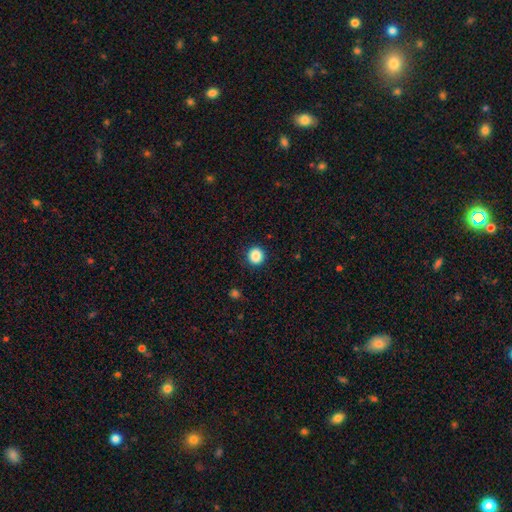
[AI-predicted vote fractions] smooth_or_featured: smooth (p=0.87) [alt: star or artifact p=0.10]
how_rounded: round (p=0.92) [alt: in between p=0.07]
merging: none (p=0.90) [alt: minor disturbance p=0.07]